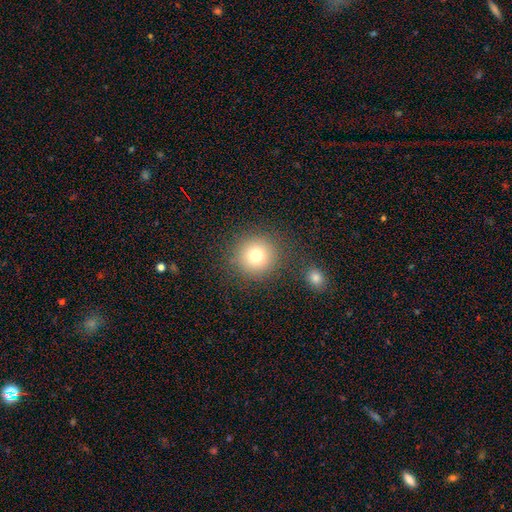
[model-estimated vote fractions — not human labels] Smooth or featured? smooth (76%)
How rounded? round (93%)
Merging? none (85%)